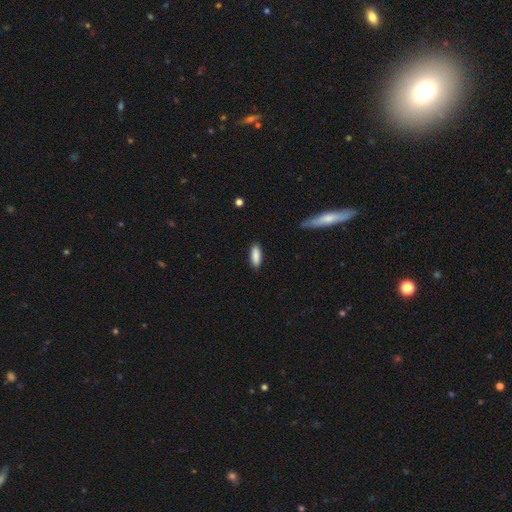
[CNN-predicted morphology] A smooth galaxy with no disk features (89%) that is in between round and cigar-shaped (66%). Merging: none (87%).